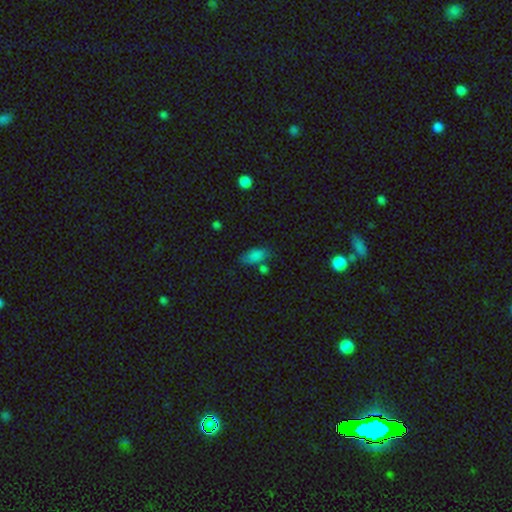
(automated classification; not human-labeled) Smooth or featured: smooth — 81% (star or artifact — 12%)
How rounded: in between — 89% (cigar-shaped — 6%)
Merging: none — 59% (minor disturbance — 21%)